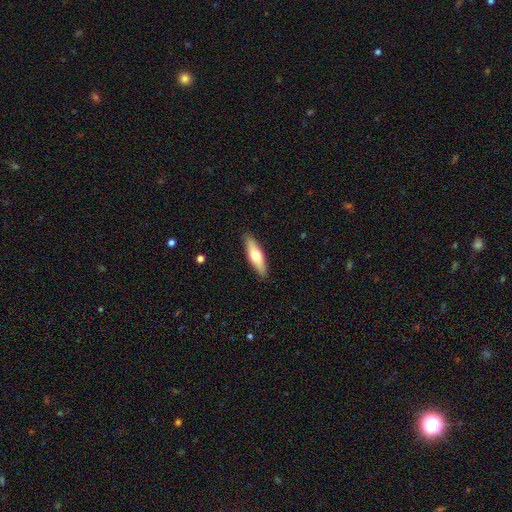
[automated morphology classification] Smooth or featured? smooth (61%)
How rounded? cigar-shaped (57%)
Merging? none (89%)